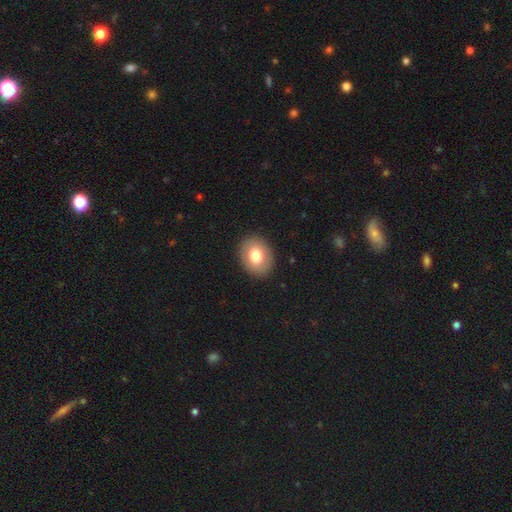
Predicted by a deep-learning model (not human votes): A smooth galaxy with no disk features (77%) that is in between round and cigar-shaped (58%).

Vote fractions:
- Smooth or featured? smooth: 77% / featured or disk: 15% / star or artifact: 8%
- How rounded? in between: 58% / round: 41% / cigar-shaped: 1%
- Merging? none: 89% / minor disturbance: 7% / major disturbance: 2% / merger: 1%